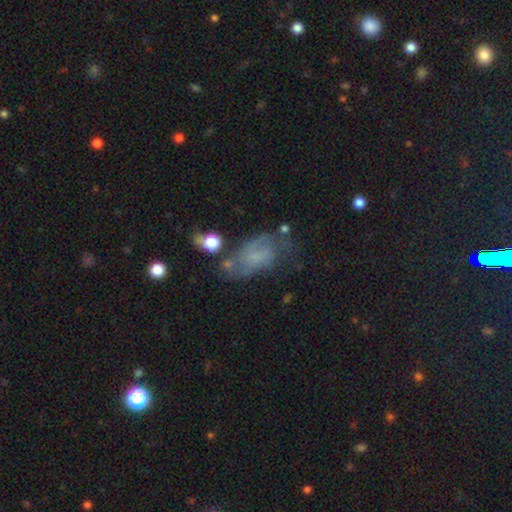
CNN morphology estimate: Smooth or featured? Predicted: featured or disk (p=0.53). Edge-on disk? Predicted: no (p=0.95). Bar? Predicted: no (p=0.64). Spiral arms? Predicted: yes (p=0.75). Bulge size? Predicted: none (p=0.58). Merging? Predicted: none (p=0.46).